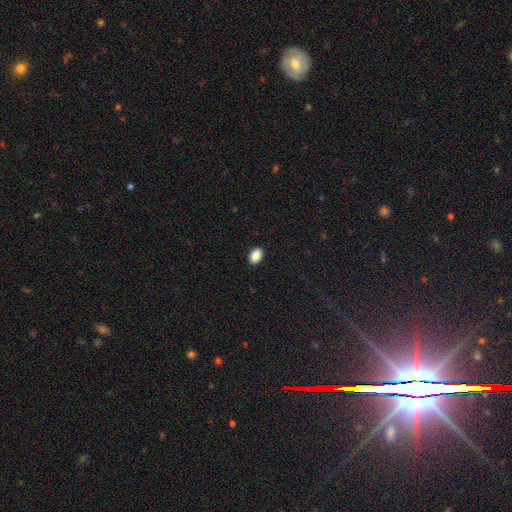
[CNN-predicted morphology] Q: Smooth or featured?
A: smooth (89%); runner-up: star or artifact (8%)
Q: How rounded?
A: in between (85%); runner-up: round (13%)
Q: Merging?
A: none (91%); runner-up: minor disturbance (7%)